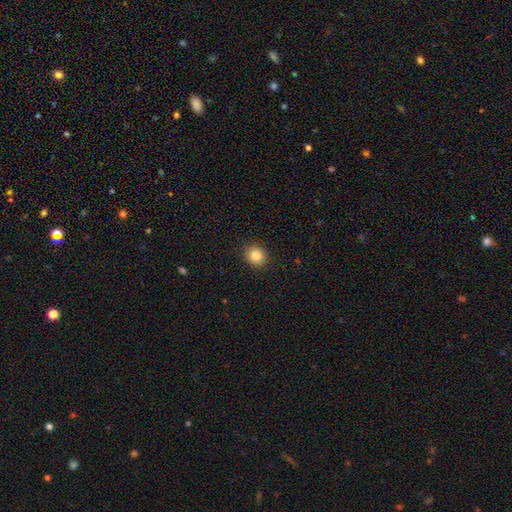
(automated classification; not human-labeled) Smooth or featured: smooth — 83% (star or artifact — 11%)
How rounded: round — 84% (in between — 15%)
Merging: none — 91% (minor disturbance — 6%)